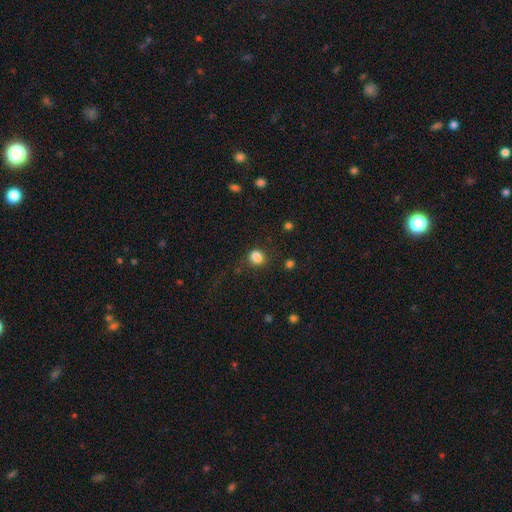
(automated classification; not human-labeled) Smooth or featured: smooth — 84% (star or artifact — 12%)
How rounded: round — 71% (in between — 28%)
Merging: none — 74% (minor disturbance — 16%)